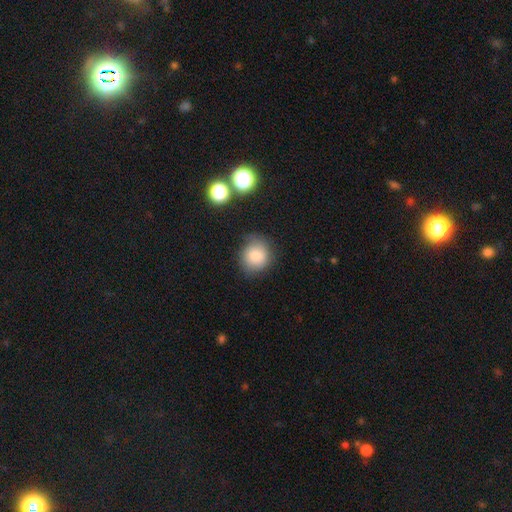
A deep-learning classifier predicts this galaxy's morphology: Smooth or featured? smooth (81%)
How rounded? round (82%)
Merging? none (76%)